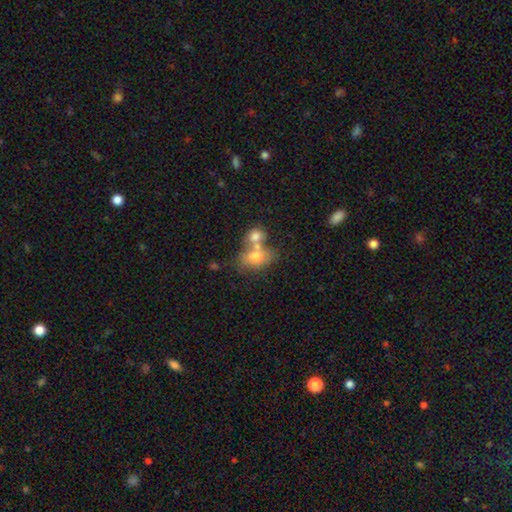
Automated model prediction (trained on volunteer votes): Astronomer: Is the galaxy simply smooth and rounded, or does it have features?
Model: smooth — 71%.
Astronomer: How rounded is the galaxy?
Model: in between — 69%.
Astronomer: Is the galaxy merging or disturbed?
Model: merger — 53% (runner-up: none, 30%).